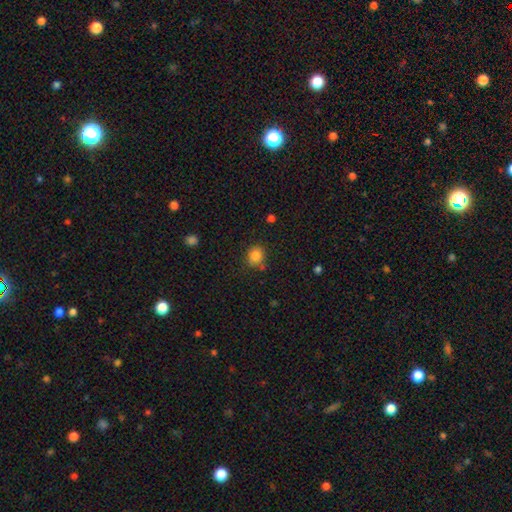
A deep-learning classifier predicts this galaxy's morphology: A smooth galaxy with no disk features (84%) that is round (77%).

Vote fractions:
- Smooth or featured? smooth: 84% / star or artifact: 11% / featured or disk: 5%
- How rounded? round: 77% / in between: 22% / cigar-shaped: 1%
- Merging? none: 77% / minor disturbance: 13% / merger: 6% / major disturbance: 4%